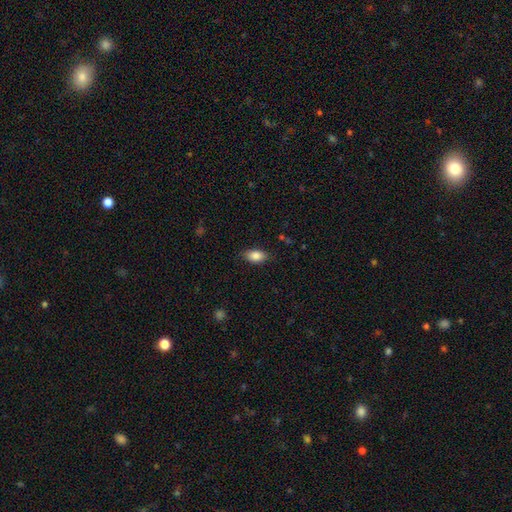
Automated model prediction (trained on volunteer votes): This is clearly a smooth galaxy (86%). How rounded: clearly in between (90%). Merging: clearly none (82%).